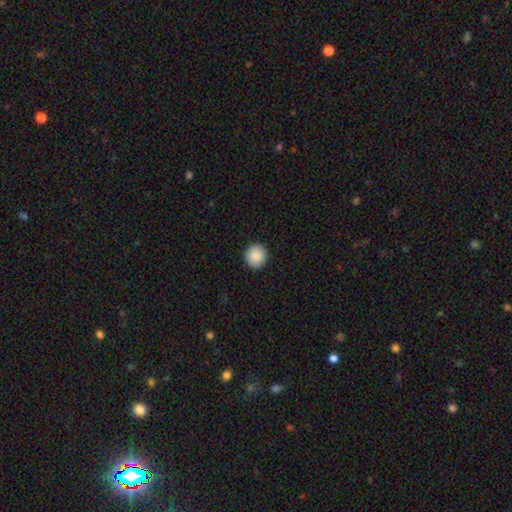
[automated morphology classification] smooth_or_featured: smooth (p=0.89) [alt: star or artifact p=0.08]
how_rounded: round (p=0.94) [alt: in between p=0.06]
merging: none (p=0.93) [alt: minor disturbance p=0.04]